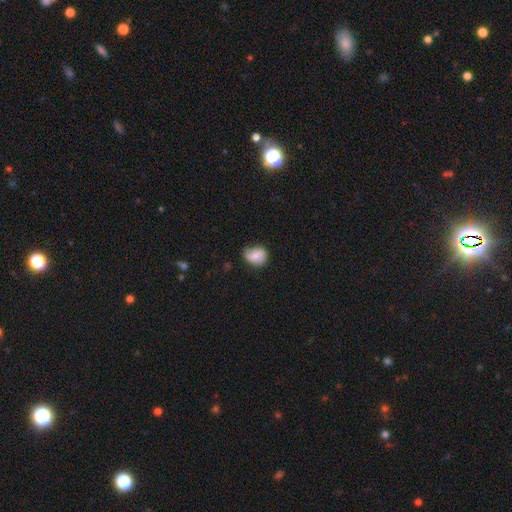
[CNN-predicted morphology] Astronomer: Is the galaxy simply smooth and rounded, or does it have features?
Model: smooth — 70%.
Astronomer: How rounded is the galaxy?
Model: round — 52% (runner-up: in between, 47%).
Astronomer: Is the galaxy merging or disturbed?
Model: none — 58% (runner-up: minor disturbance, 33%).